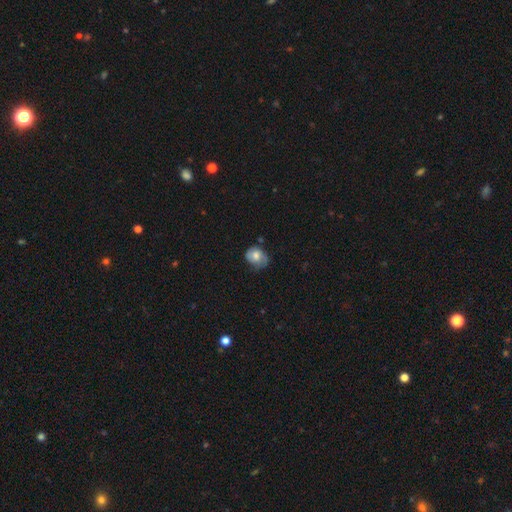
Smooth or featured? 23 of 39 (59%) said smooth. How rounded? 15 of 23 (65%) said in between. Merging? 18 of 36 (50%) said none.